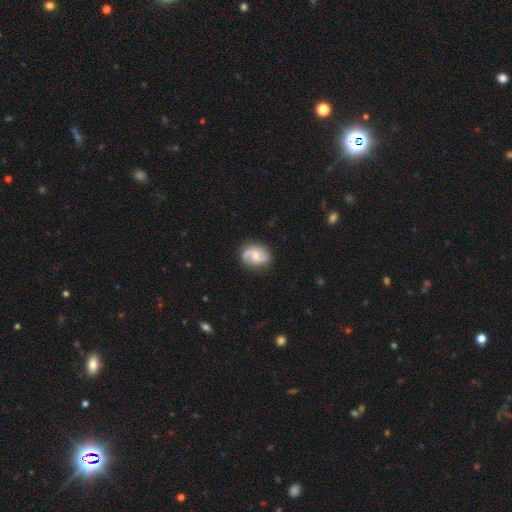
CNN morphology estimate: Smooth or featured?
  - featured or disk: 73% *
  - smooth: 21%
  - star or artifact: 6%
Edge-on disk?
  - no: 98% *
  - yes: 2%
Bar?
  - no: 49% *
  - weak: 43%
  - strong: 8%
Spiral arms?
  - yes: 93% *
  - no: 7%
Spiral winding?
  - medium: 44% *
  - loose: 36%
  - tight: 19%
Spiral arm count?
  - 2: 86% *
  - 1: 7%
  - can't tell: 5%
  - 3: 1%
  - 4: 1%
  - more than 4: 1%
Bulge size?
  - moderate: 55% *
  - small: 36%
  - none: 4%
  - large: 4%
  - dominant: 1%
Merging?
  - none: 80% *
  - minor disturbance: 15%
  - major disturbance: 4%
  - merger: 2%